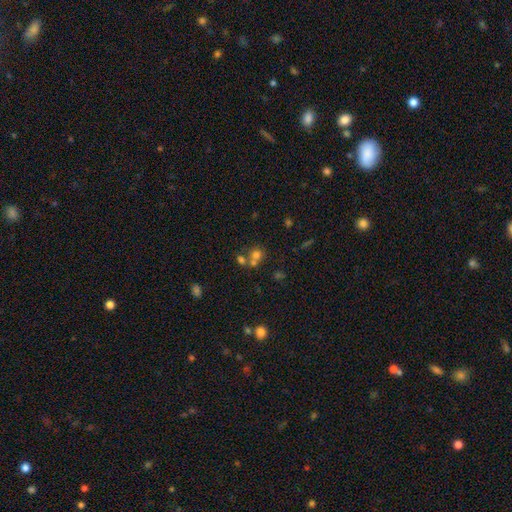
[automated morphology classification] smooth_or_featured: smooth (p=0.63) [alt: star or artifact p=0.20]
how_rounded: round (p=0.78) [alt: in between p=0.21]
merging: merger (p=0.46) [alt: none p=0.42]